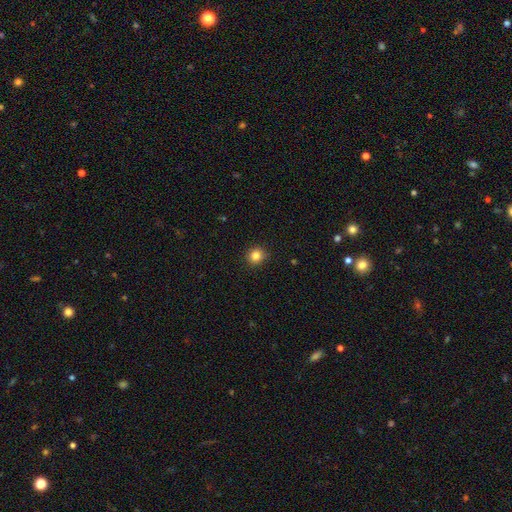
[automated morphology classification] This appears to be a smooth galaxy with no disk features (83%) that is round (89%). Merging: none (89%).